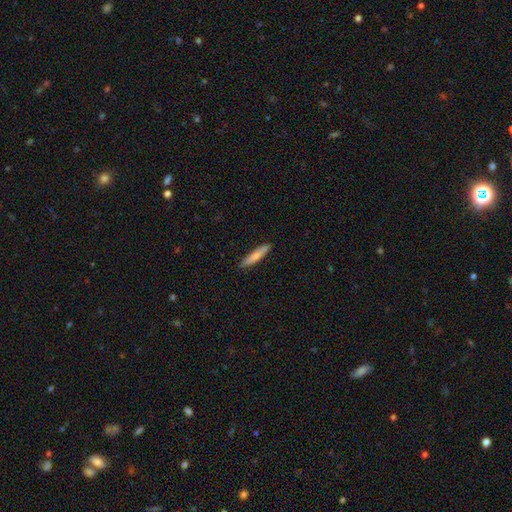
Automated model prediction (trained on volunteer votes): This appears to be a smooth galaxy with no disk features (78%) that is cigar-shaped (89%). Merging: none (88%).